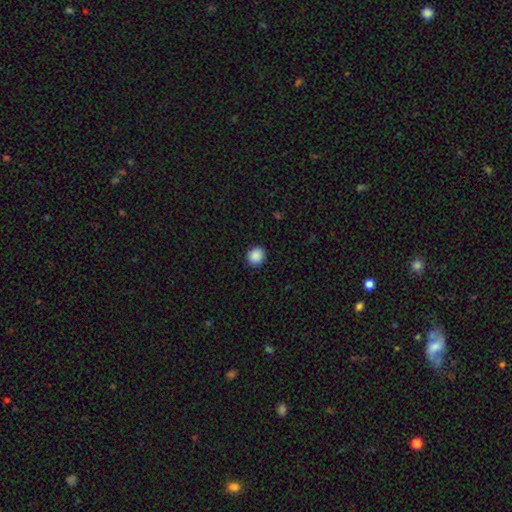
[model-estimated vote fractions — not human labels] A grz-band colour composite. It shows a smooth galaxy with no disk features (89%) that is round (80%). Merging: none (91%).